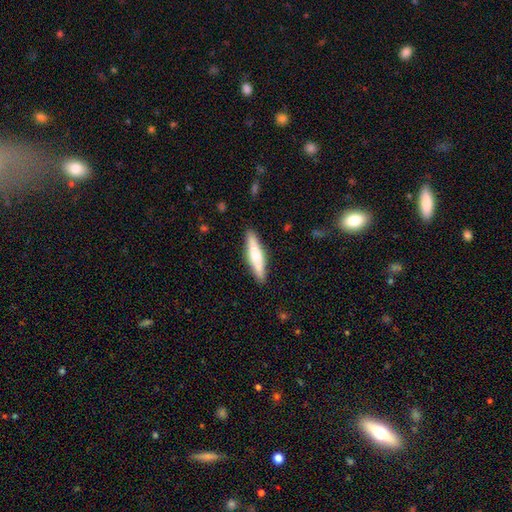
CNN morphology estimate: Overall: smooth (58%; featured or disk 36%). How rounded: cigar-shaped (83%). Merging: none (89%).